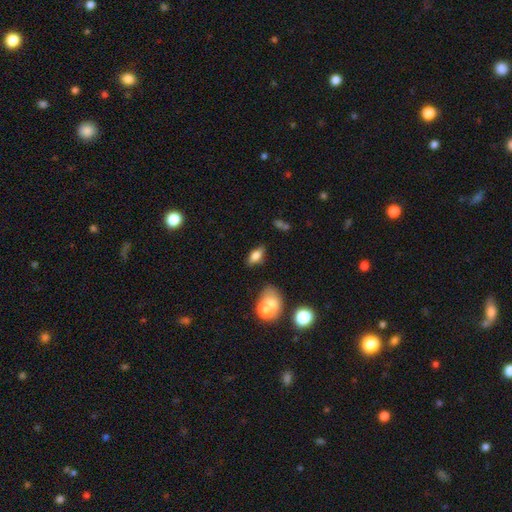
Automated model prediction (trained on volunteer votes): Morphology: type=smooth (73%); roundness=in between (83%); merging=none (73%).